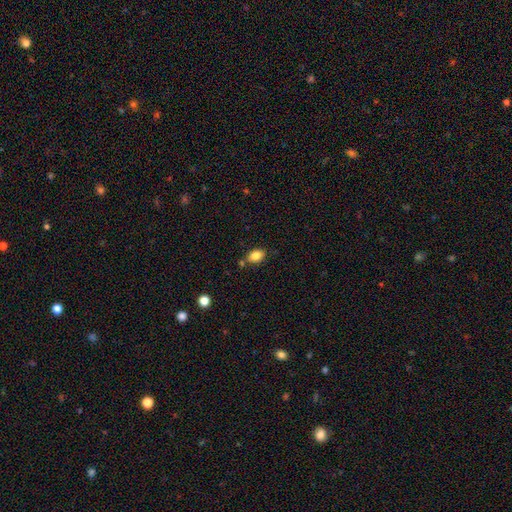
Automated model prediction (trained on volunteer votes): Smooth or featured?
  - smooth: 84% *
  - star or artifact: 9%
  - featured or disk: 6%
How rounded?
  - in between: 81% *
  - round: 18%
  - cigar-shaped: 1%
Merging?
  - none: 76% *
  - minor disturbance: 13%
  - merger: 9%
  - major disturbance: 3%